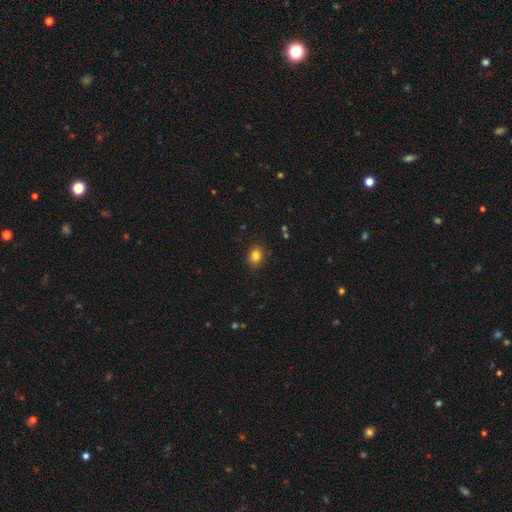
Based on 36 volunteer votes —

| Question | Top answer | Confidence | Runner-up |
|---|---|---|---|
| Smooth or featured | smooth | 92% | featured or disk (6%) |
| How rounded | in between | 52% | round (48%) |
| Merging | none | 74% | minor disturbance (20%) |